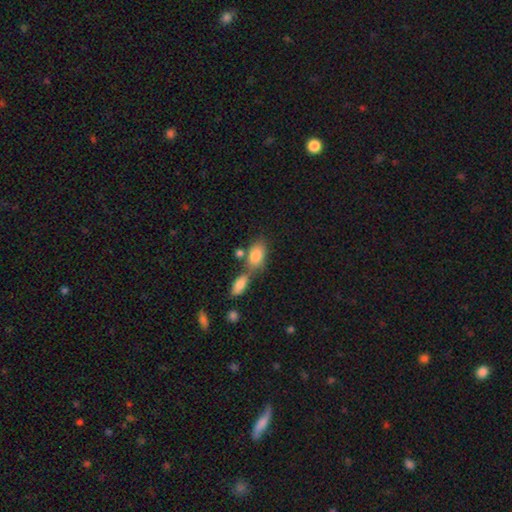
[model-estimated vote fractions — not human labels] smooth-or-featured: smooth: 84% | featured or disk: 9% | star or artifact: 7%
  how-rounded: in between: 88% | round: 9% | cigar-shaped: 3%
  merging: none: 45% | merger: 37% | minor disturbance: 14% | major disturbance: 5%